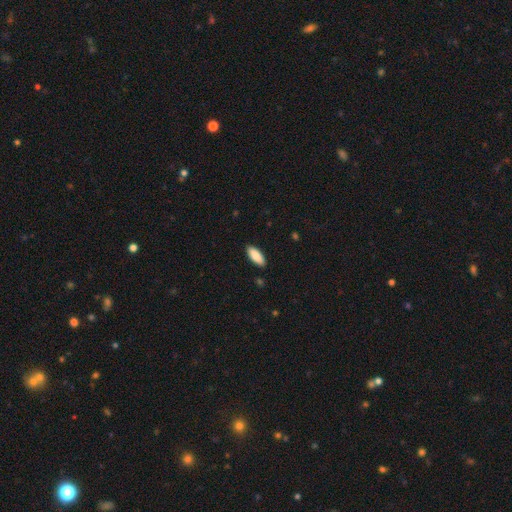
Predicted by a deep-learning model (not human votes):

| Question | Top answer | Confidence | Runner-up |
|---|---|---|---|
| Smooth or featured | smooth | 87% | featured or disk (8%) |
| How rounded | in between | 80% | cigar-shaped (18%) |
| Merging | none | 89% | minor disturbance (8%) |